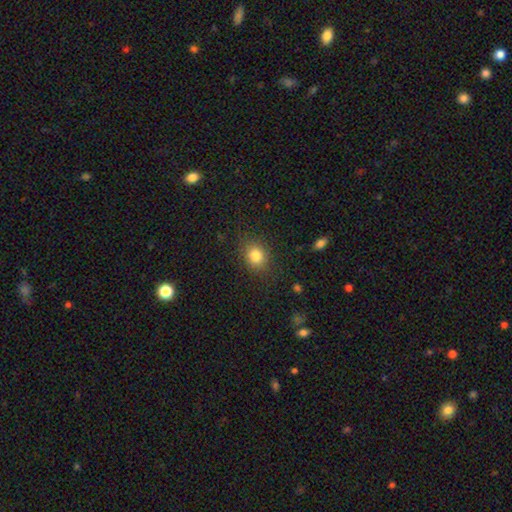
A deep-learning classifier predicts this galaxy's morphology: Q: Smooth or featured?
A: smooth (82%); runner-up: star or artifact (11%)
Q: How rounded?
A: round (60%); runner-up: in between (39%)
Q: Merging?
A: none (83%); runner-up: minor disturbance (12%)